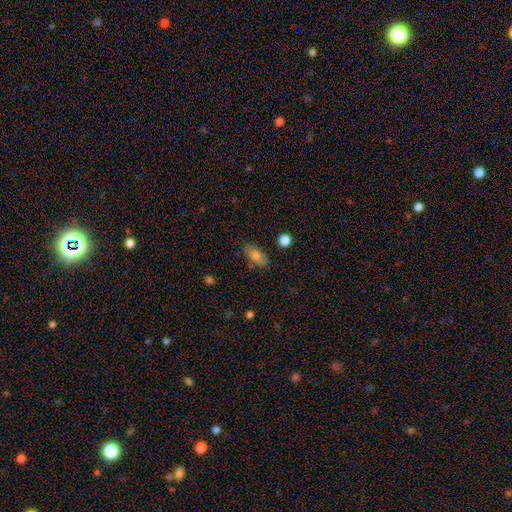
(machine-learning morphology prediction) A smooth galaxy with no disk features (68%) that is in between round and cigar-shaped (85%). Merging: none (73%).